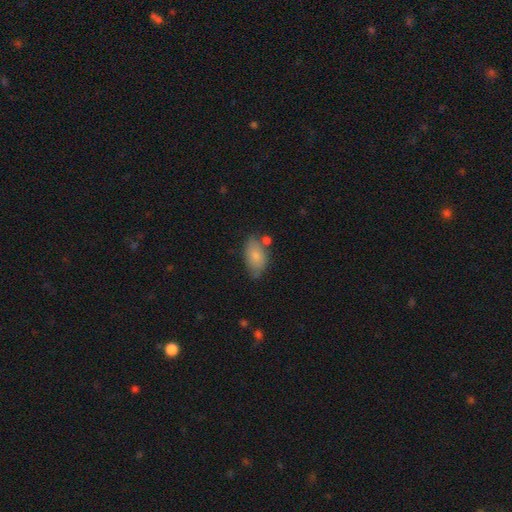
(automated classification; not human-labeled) Overall: smooth (79%). How rounded: in between (91%). Merging: none (61%; minor disturbance 23%).